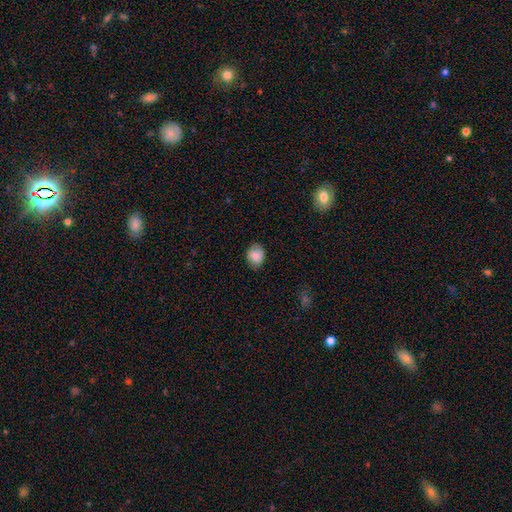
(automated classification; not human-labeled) Q: Smooth or featured?
A: smooth (83%); runner-up: featured or disk (10%)
Q: How rounded?
A: in between (60%); runner-up: round (39%)
Q: Merging?
A: none (78%); runner-up: minor disturbance (17%)